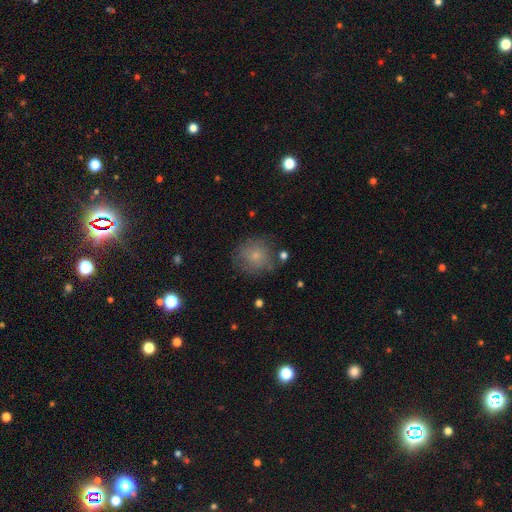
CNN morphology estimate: This appears to be a smooth galaxy with no disk features (73%) that is round (88%). Merging: none (73%).